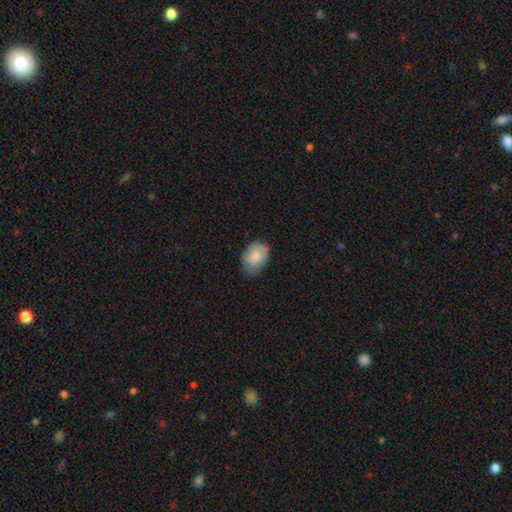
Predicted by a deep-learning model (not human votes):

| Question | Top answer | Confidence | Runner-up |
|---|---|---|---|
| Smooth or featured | smooth | 81% | featured or disk (12%) |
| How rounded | in between | 72% | round (27%) |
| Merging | none | 65% | minor disturbance (28%) |